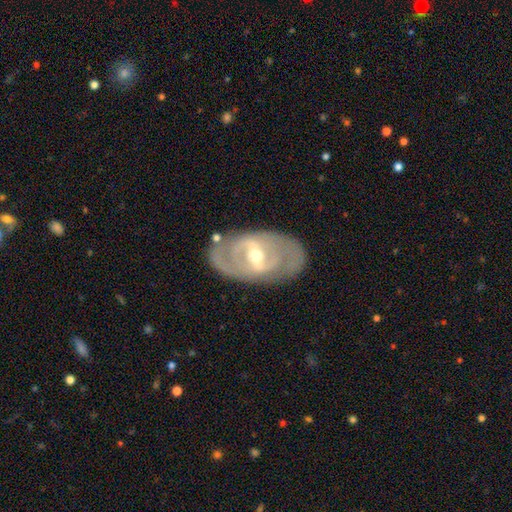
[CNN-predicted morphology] smooth-or-featured: featured or disk: 81% | smooth: 14% | star or artifact: 5%
  disk-edge-on: no: 92% | yes: 8%
    bar: strong: 50% | weak: 38% | no: 12%
    has-spiral-arms: yes: 71% | no: 29%
      spiral-winding: tight: 51% | medium: 35% | loose: 13%
      spiral-arm-count: 2: 62% | can't tell: 26% | 3: 5% | 1: 4% | 4: 2% | more than 4: 2%
    bulge-size: moderate: 59% | small: 37% | large: 3% | none: 1% | dominant: 1%
  merging: none: 78% | minor disturbance: 14% | major disturbance: 5% | merger: 2%